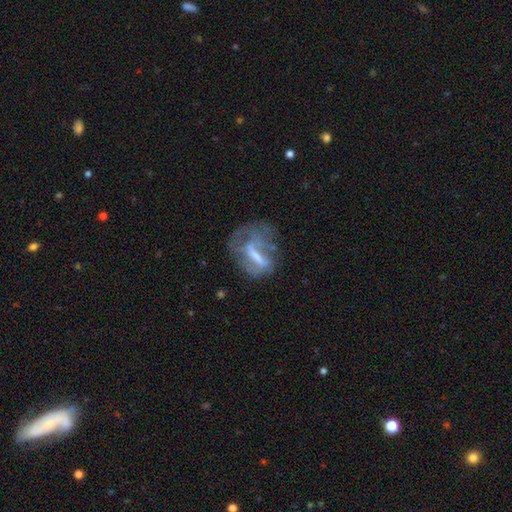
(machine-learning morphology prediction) The model was most divided on "merging": none: 38%, major disturbance: 35%, minor disturbance: 22%, merger: 5%. Remaining: edge-on disk — no (91%); smooth or featured — featured or disk (61%); spiral arms — no (59%); bar — strong (47%); bulge size — none (35%).